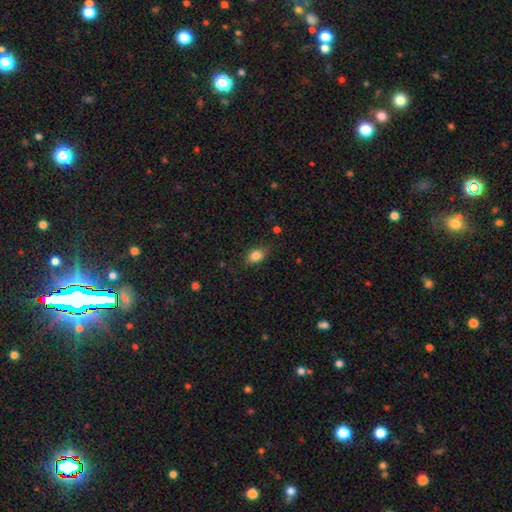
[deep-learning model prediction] Smooth or featured?
  - smooth: 83% *
  - star or artifact: 9%
  - featured or disk: 8%
How rounded?
  - in between: 76% *
  - round: 21%
  - cigar-shaped: 3%
Merging?
  - none: 78% *
  - minor disturbance: 17%
  - major disturbance: 4%
  - merger: 1%